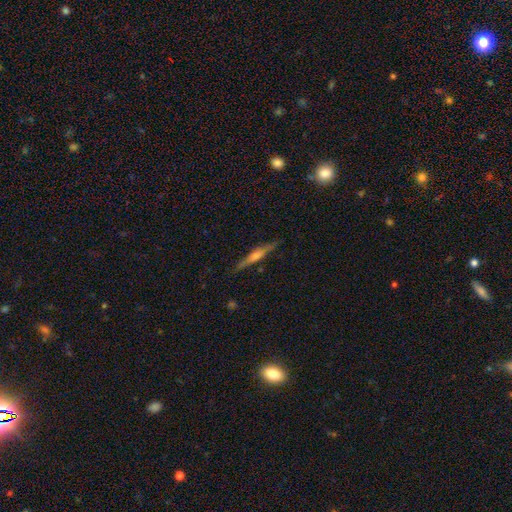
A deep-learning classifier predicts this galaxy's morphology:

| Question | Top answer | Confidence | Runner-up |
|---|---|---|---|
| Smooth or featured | featured or disk | 64% | smooth (29%) |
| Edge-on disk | yes | 95% | no (5%) |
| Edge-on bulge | rounded | 57% | boxy (23%) |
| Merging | none | 84% | minor disturbance (12%) |